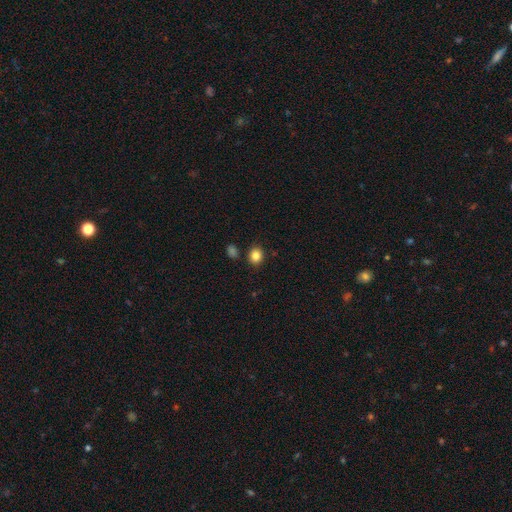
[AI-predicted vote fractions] The model was most divided on "how rounded": round: 70%, in between: 29%, cigar-shaped: 1%. More confident: smooth or featured — smooth (85%); merging — none (84%).